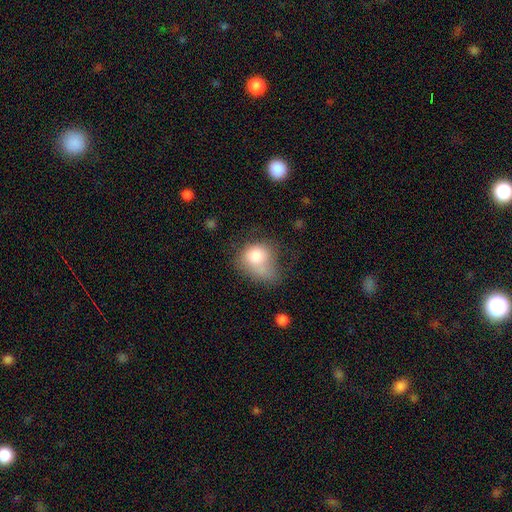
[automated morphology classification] smooth-or-featured: smooth: 76% | featured or disk: 15% | star or artifact: 9%
  how-rounded: round: 52% | in between: 47% | cigar-shaped: 1%
  merging: major disturbance: 31% | minor disturbance: 24% | none: 23% | merger: 21%